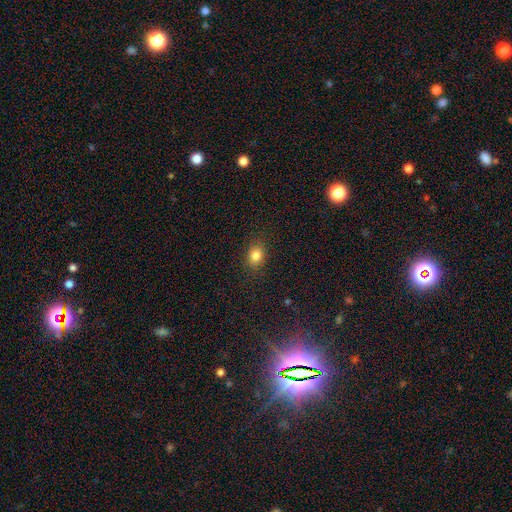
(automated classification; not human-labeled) This is clearly a smooth galaxy (83%). How rounded: possibly in between (56%). Merging: clearly none (87%).